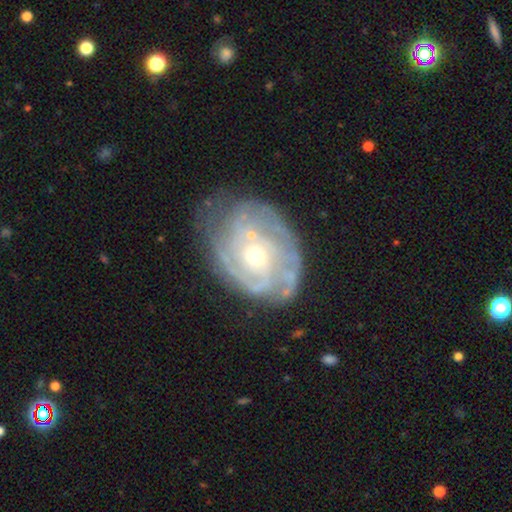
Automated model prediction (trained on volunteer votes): This appears to be a featured or disk galaxy (86%) with no bar (75%), tight (68%) spiral arms (93%) and a small central bulge (51%). Merging: none (63%).